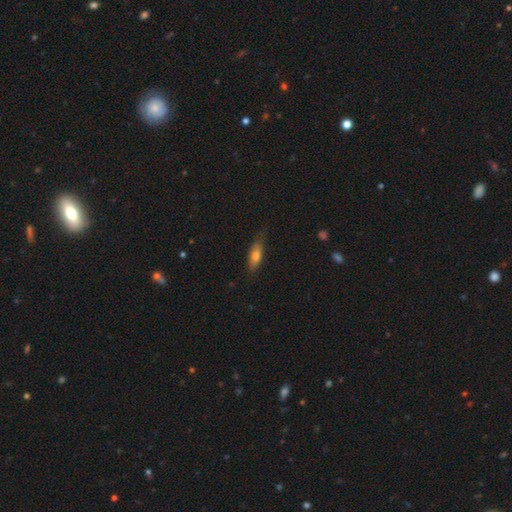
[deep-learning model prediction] This is likely a smooth galaxy (73%). How rounded: likely in between (62%). Merging: likely none (66%).